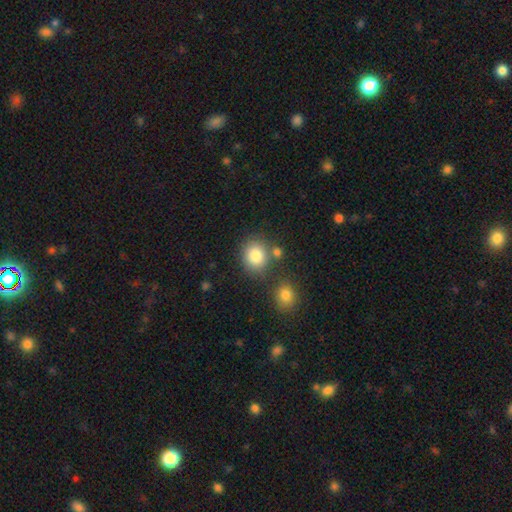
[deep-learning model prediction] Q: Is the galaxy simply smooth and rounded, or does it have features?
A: smooth — 83%.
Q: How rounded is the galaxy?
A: round — 68%.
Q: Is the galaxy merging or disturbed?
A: none — 68%.